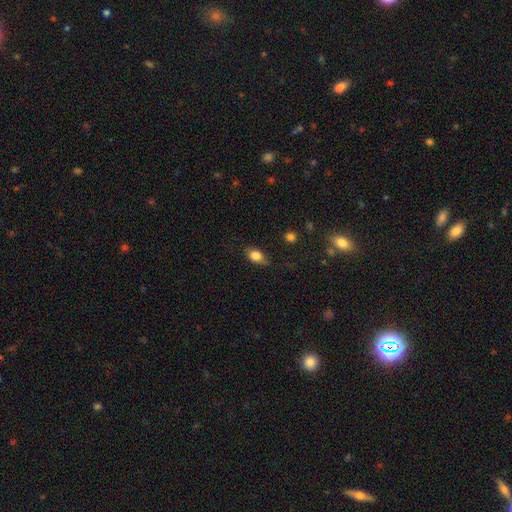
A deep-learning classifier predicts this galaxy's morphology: Smooth or featured? Predicted: smooth (p=0.80). How rounded? Predicted: in between (p=0.76). Merging? Predicted: none (p=0.71).